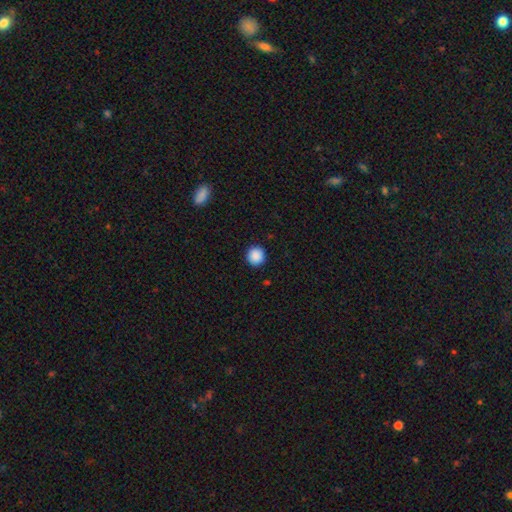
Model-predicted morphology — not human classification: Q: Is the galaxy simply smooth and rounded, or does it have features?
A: smooth — 89%.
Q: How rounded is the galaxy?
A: round — 94%.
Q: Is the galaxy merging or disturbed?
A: none — 92%.